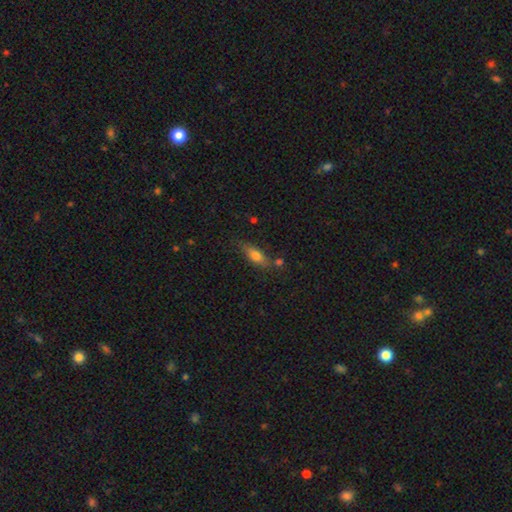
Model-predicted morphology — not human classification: smooth_or_featured: smooth (p=0.72) [alt: featured or disk p=0.20]
how_rounded: in between (p=0.65) [alt: cigar-shaped p=0.31]
merging: none (p=0.66) [alt: minor disturbance p=0.20]